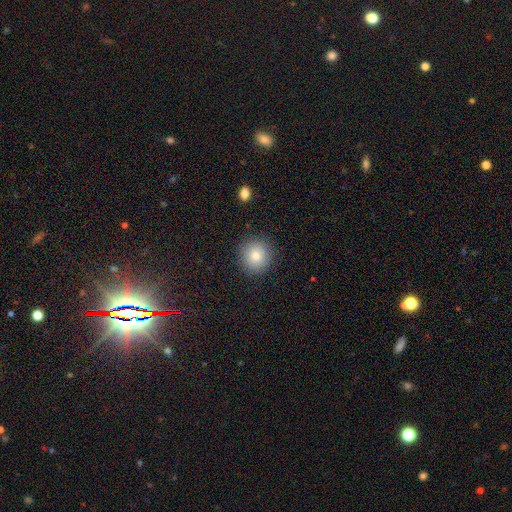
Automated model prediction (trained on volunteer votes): smooth 77%, featured or disk 12%, star or artifact 11%. Down the decision tree: how rounded — round (93%); merging — none (89%).